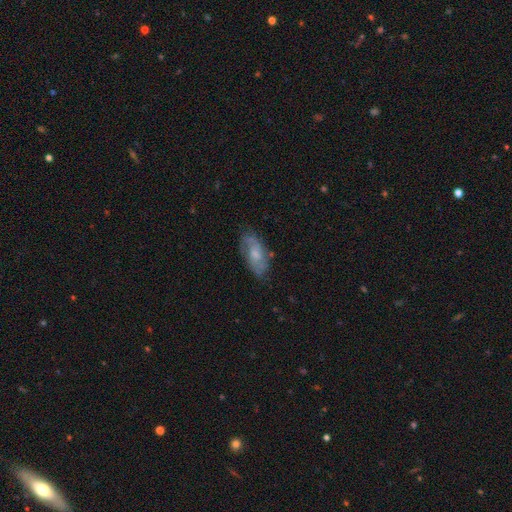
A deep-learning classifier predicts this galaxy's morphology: A featured or disk galaxy (55%). Merging: none (69%).